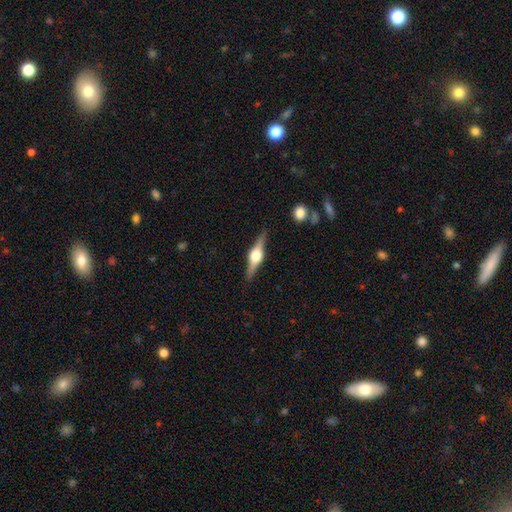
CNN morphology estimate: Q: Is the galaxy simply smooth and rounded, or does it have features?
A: featured or disk — 82%.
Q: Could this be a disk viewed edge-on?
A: yes — 98%.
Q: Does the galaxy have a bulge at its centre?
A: rounded — 93%.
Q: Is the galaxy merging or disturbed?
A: none — 89%.